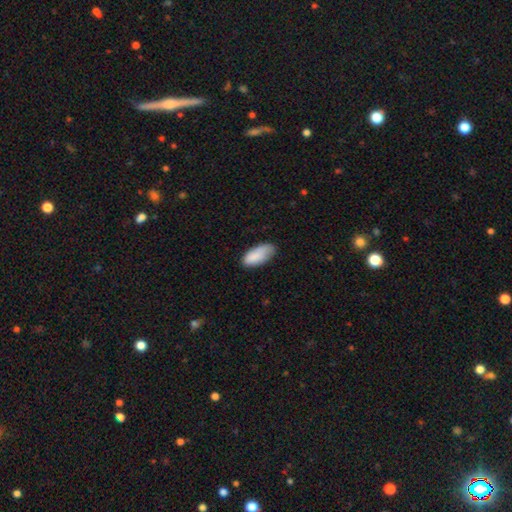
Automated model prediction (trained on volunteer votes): The model was most divided on "merging": none: 64%, minor disturbance: 29%, major disturbance: 6%, merger: 2%. More confident: how rounded — in between (91%); smooth or featured — smooth (86%).